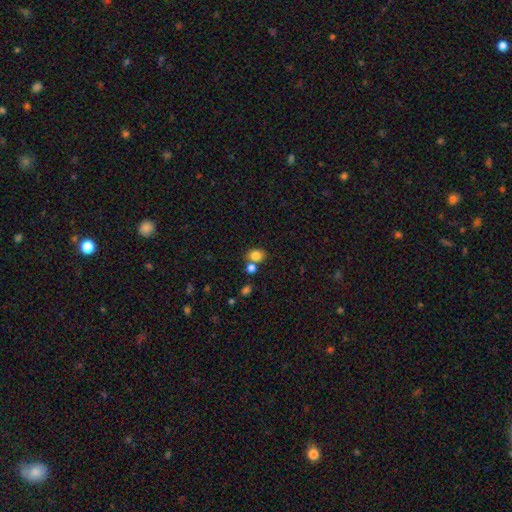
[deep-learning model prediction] Overall: smooth (81%). How rounded: round (57%; in between 42%). Merging: none (60%; merger 25%).